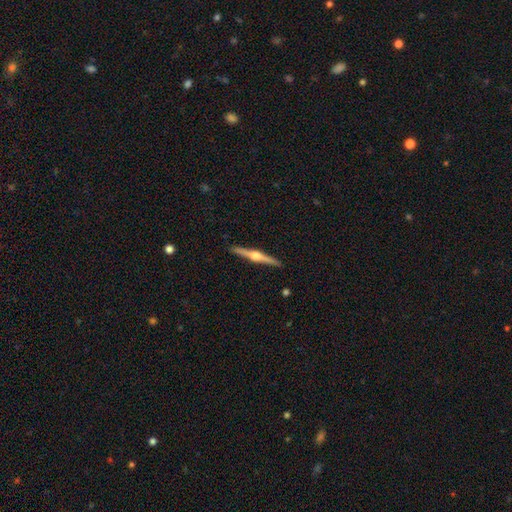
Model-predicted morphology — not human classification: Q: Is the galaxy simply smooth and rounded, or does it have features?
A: featured or disk — 83%.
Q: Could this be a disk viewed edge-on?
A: yes — 99%.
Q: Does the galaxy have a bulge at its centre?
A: rounded — 94%.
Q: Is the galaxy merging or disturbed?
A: none — 92%.